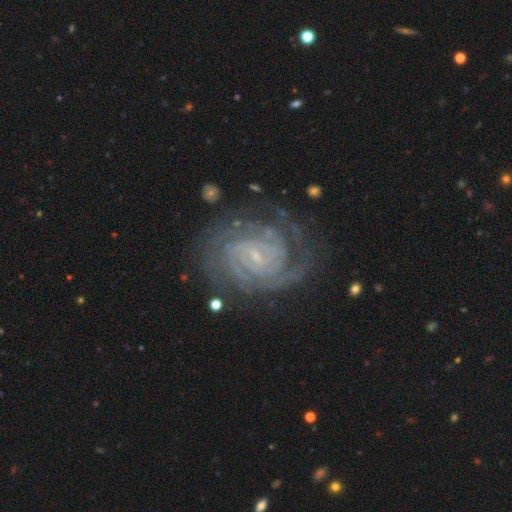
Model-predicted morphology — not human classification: Smooth or featured? featured or disk (90%)
Edge-on disk? no (98%)
Bar? no (45%)
Spiral arms? yes (98%)
Spiral winding? tight (79%)
Spiral arm count? 2 (31%)
Bulge size? small (84%)
Merging? none (77%)